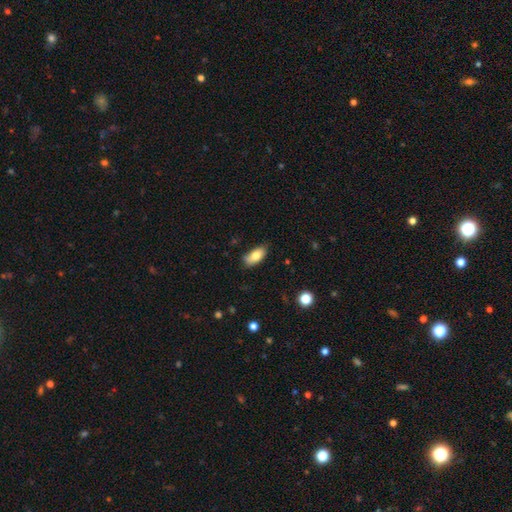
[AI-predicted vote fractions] Smooth or featured? Predicted: smooth (p=0.79). How rounded? Predicted: in between (p=0.90). Merging? Predicted: none (p=0.73).